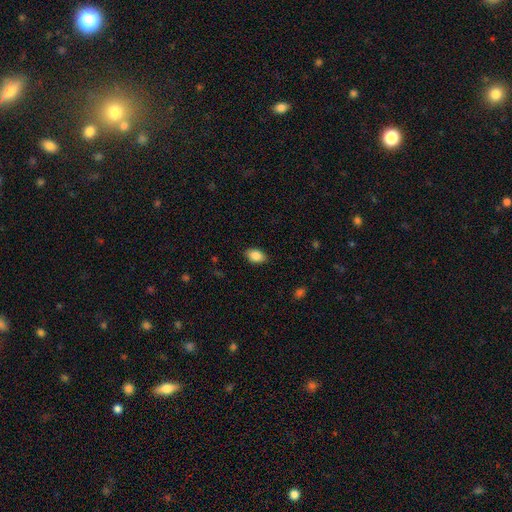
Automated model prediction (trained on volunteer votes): Smooth or featured? smooth (87%)
How rounded? in between (87%)
Merging? none (86%)